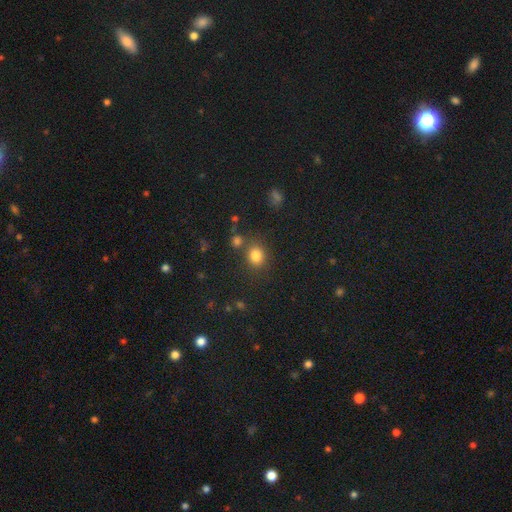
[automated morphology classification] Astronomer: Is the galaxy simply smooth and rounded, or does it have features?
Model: smooth — 81%.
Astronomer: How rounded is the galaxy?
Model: round — 68%.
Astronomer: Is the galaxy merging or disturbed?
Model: none — 74%.